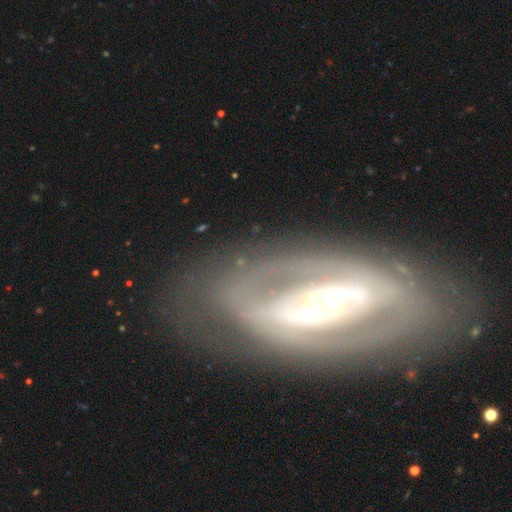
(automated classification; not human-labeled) The model was most divided on "spiral arms": yes: 55%, no: 45%. Remaining: edge-on disk — no (88%); smooth or featured — featured or disk (81%); merging — none (79%); bulge size — moderate (54%); bar — strong (49%).